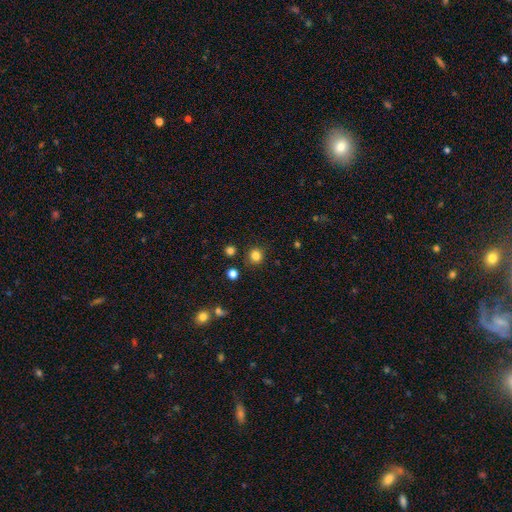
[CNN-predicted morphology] Smooth or featured?
  - smooth: 82% *
  - star or artifact: 14%
  - featured or disk: 4%
How rounded?
  - round: 88% *
  - in between: 11%
  - cigar-shaped: 1%
Merging?
  - none: 87% *
  - minor disturbance: 8%
  - major disturbance: 3%
  - merger: 3%